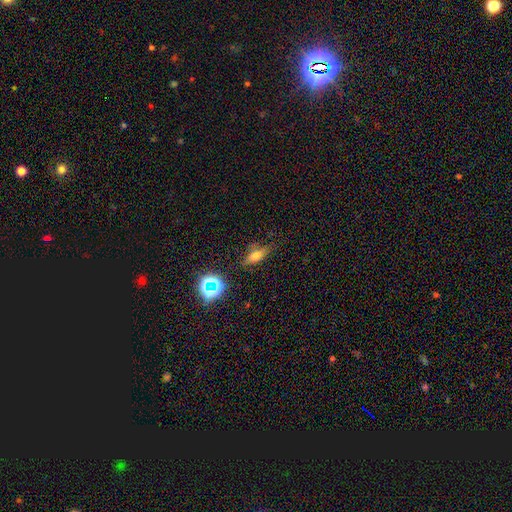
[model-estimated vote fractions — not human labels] Smooth or featured?
  - smooth: 56% *
  - featured or disk: 26%
  - star or artifact: 18%
How rounded?
  - in between: 58% *
  - cigar-shaped: 32%
  - round: 10%
Merging?
  - none: 71% *
  - minor disturbance: 20%
  - major disturbance: 7%
  - merger: 2%